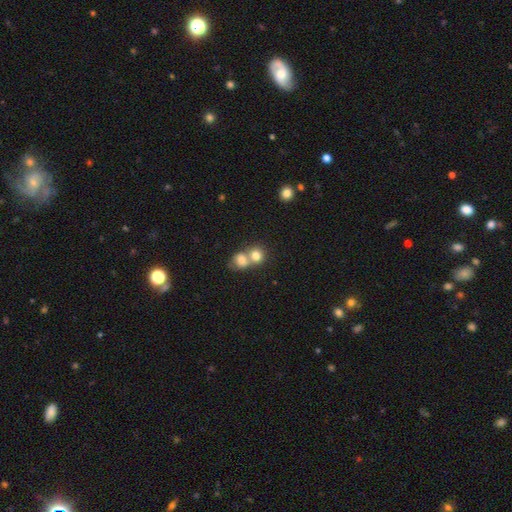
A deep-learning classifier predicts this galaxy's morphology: Smooth or featured: smooth — 77% (featured or disk — 13%)
How rounded: round — 75% (in between — 24%)
Merging: merger — 63% (none — 28%)